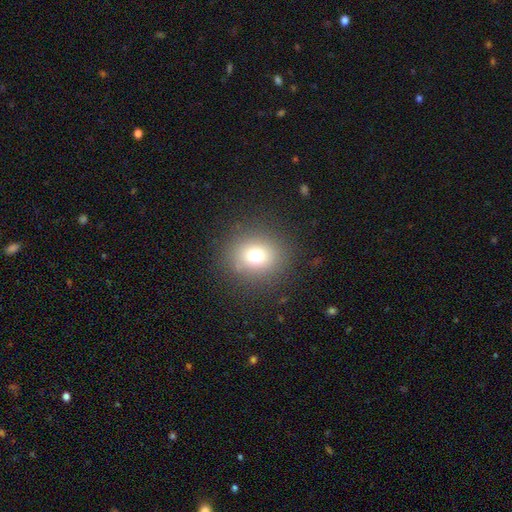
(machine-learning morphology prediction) This appears to be a smooth galaxy with no disk features (72%) that is round (81%). Merging: none (86%).